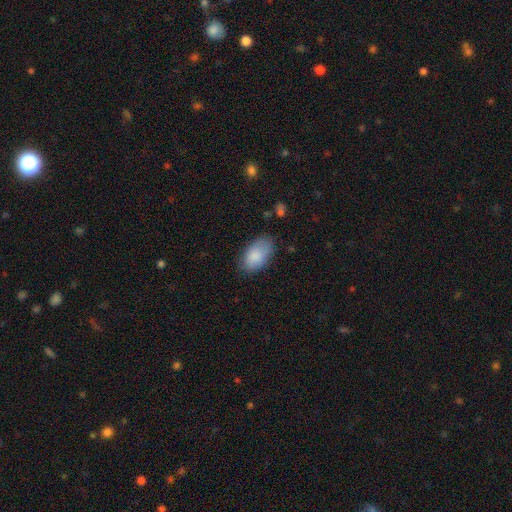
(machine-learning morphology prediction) smooth-or-featured: smooth: 86% | featured or disk: 8% | star or artifact: 6%
  how-rounded: in between: 94% | round: 5% | cigar-shaped: 2%
  merging: none: 74% | minor disturbance: 20% | major disturbance: 5% | merger: 2%